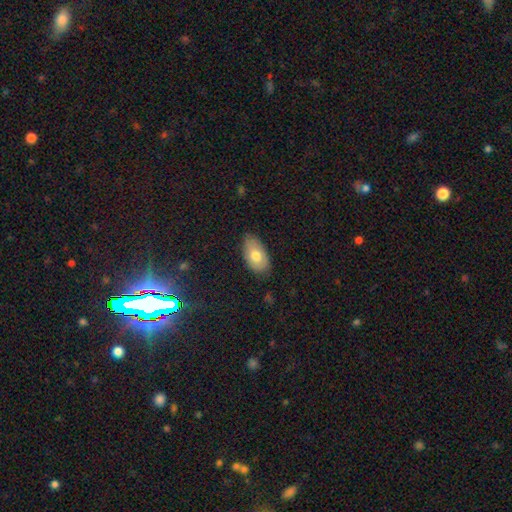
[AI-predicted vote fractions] Smooth or featured?
  - smooth: 74% *
  - featured or disk: 19%
  - star or artifact: 7%
How rounded?
  - in between: 93% *
  - round: 5%
  - cigar-shaped: 2%
Merging?
  - none: 81% *
  - minor disturbance: 15%
  - major disturbance: 3%
  - merger: 1%